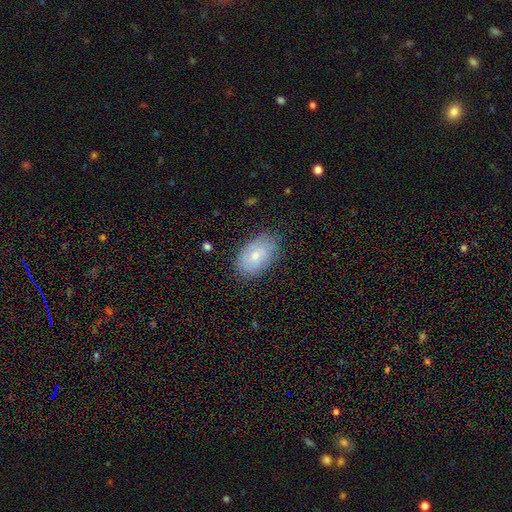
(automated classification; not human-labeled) Morphology: type=smooth (69%); roundness=in between (91%); merging=none (80%).